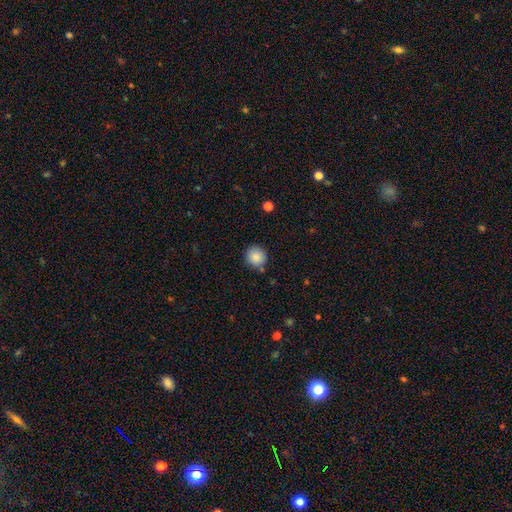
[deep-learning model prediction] smooth-or-featured: smooth: 87% | star or artifact: 9% | featured or disk: 5%
  how-rounded: round: 92% | in between: 7% | cigar-shaped: 1%
  merging: none: 86% | minor disturbance: 9% | merger: 3% | major disturbance: 2%